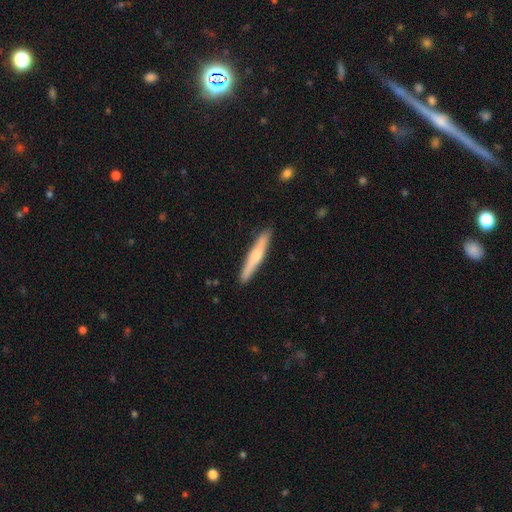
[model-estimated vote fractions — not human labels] Smooth or featured? Predicted: smooth (p=0.52). How rounded? Predicted: cigar-shaped (p=0.94). Merging? Predicted: none (p=0.90).